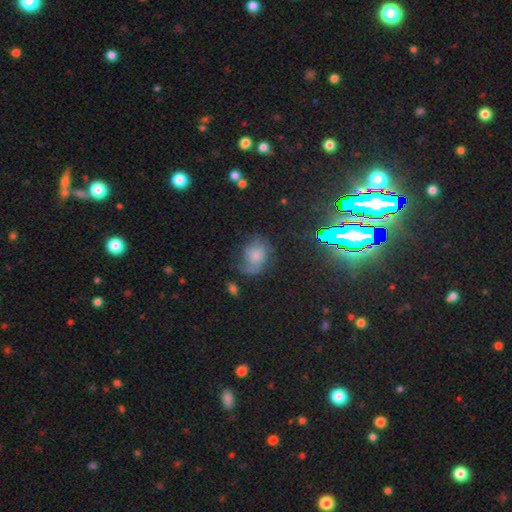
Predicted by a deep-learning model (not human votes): A featured or disk galaxy (43%). Merging: none (48%).